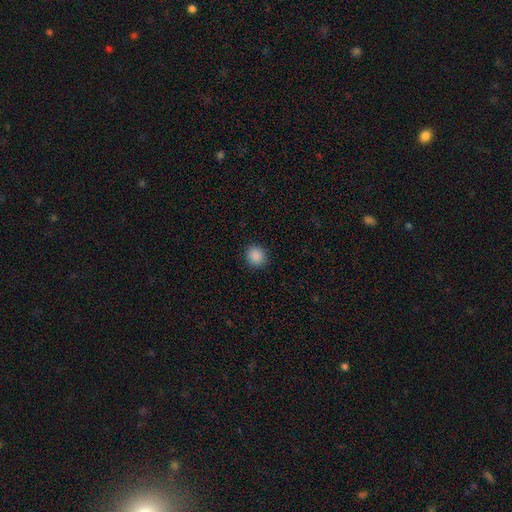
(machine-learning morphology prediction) A smooth galaxy with no disk features (88%) that is round (89%).

Vote fractions:
- Smooth or featured? smooth: 88% / star or artifact: 10% / featured or disk: 2%
- How rounded? round: 89% / in between: 10% / cigar-shaped: 1%
- Merging? none: 91% / minor disturbance: 6% / major disturbance: 2% / merger: 1%